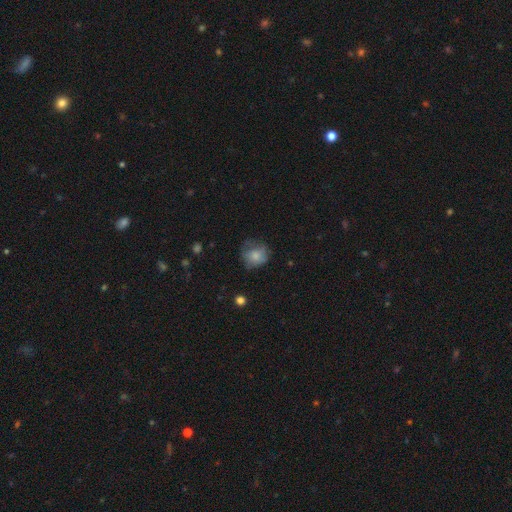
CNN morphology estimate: Smooth or featured? Predicted: smooth (p=0.77). How rounded? Predicted: round (p=0.77). Merging? Predicted: none (p=0.58).